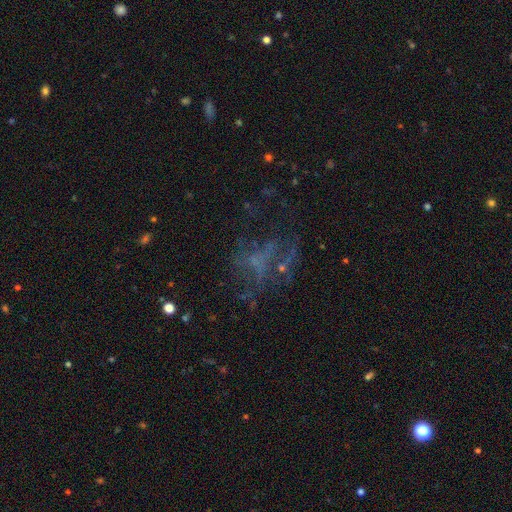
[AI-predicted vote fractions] The model was most divided on "merging": none: 46%, major disturbance: 34%, minor disturbance: 15%, merger: 5%. Remaining: smooth or featured — featured or disk (47%).